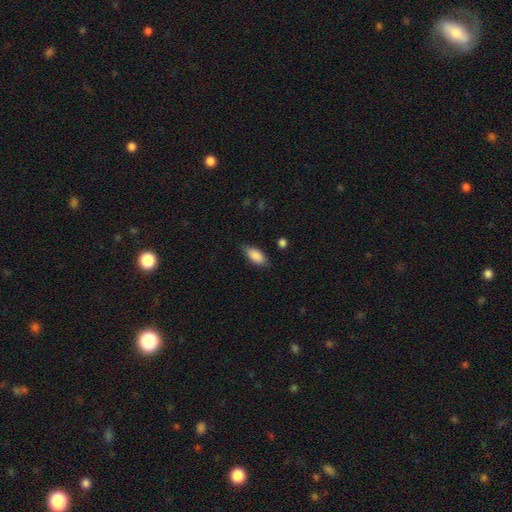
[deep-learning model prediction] This is clearly a smooth galaxy (88%). How rounded: clearly in between (89%). Merging: likely none (76%).